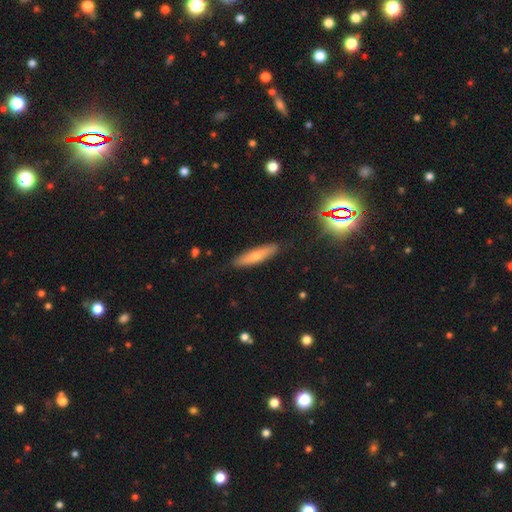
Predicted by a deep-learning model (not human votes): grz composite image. It shows a smooth galaxy with no disk features (65%) that is cigar-shaped (77%). Merging: none (87%).